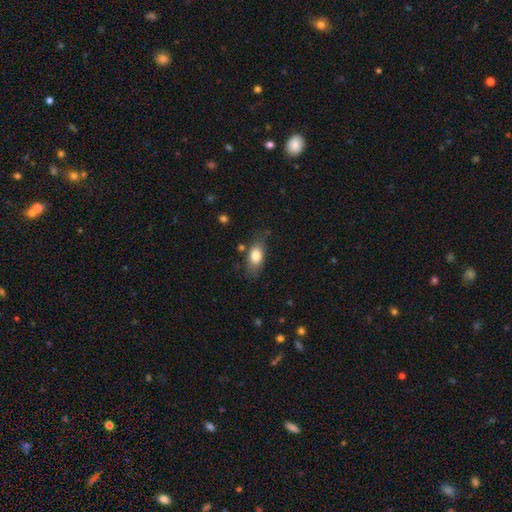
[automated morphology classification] Q: Smooth or featured?
A: smooth (79%); runner-up: featured or disk (14%)
Q: How rounded?
A: in between (86%); runner-up: round (8%)
Q: Merging?
A: none (70%); runner-up: minor disturbance (20%)